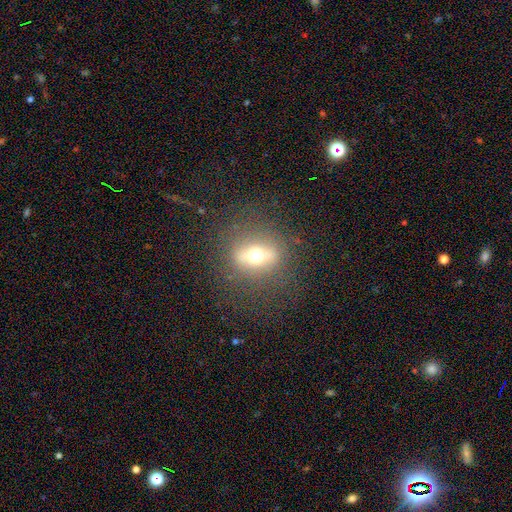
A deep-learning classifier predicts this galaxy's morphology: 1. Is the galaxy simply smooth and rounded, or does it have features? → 47% featured or disk, 40% smooth, 14% star or artifact.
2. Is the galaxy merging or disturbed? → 82% none, 10% minor disturbance, 6% major disturbance, 1% merger.